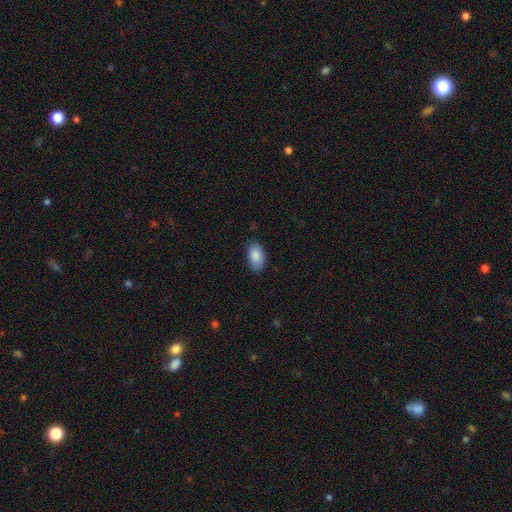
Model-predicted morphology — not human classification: Smooth or featured? smooth (88%)
How rounded? in between (94%)
Merging? none (81%)